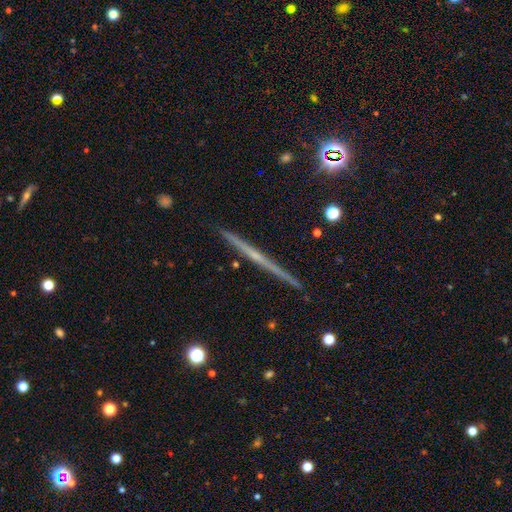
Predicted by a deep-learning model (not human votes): Q: Smooth or featured?
A: featured or disk (74%); runner-up: smooth (18%)
Q: Edge-on disk?
A: yes (98%); runner-up: no (2%)
Q: Edge-on bulge?
A: none (61%); runner-up: rounded (34%)
Q: Merging?
A: none (92%); runner-up: minor disturbance (6%)